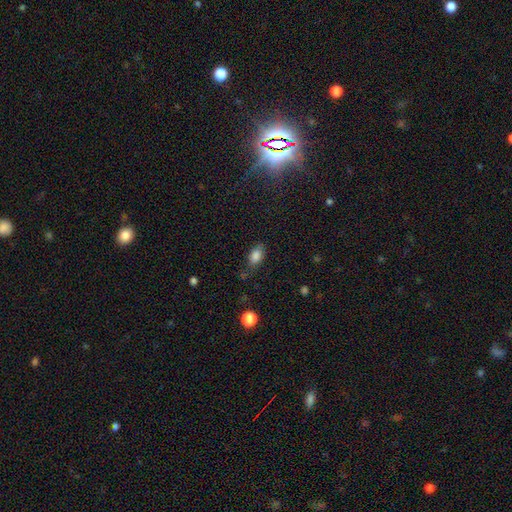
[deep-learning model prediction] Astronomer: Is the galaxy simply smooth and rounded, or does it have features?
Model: smooth — 83%.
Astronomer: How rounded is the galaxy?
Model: in between — 87%.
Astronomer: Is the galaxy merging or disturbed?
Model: none — 70%.